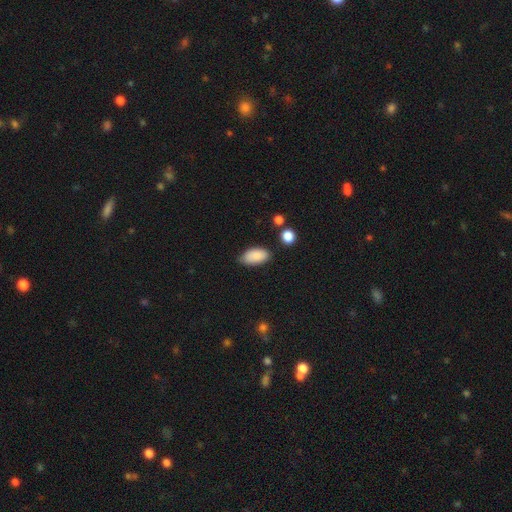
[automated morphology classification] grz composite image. It shows a smooth galaxy with no disk features (87%) that is in between round and cigar-shaped (94%). Merging: none (74%).